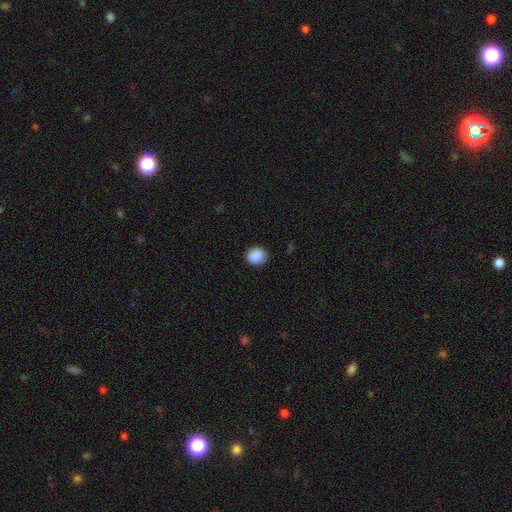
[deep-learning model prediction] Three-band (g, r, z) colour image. It shows a smooth galaxy with no disk features (89%) that is round (84%). Merging: none (88%).